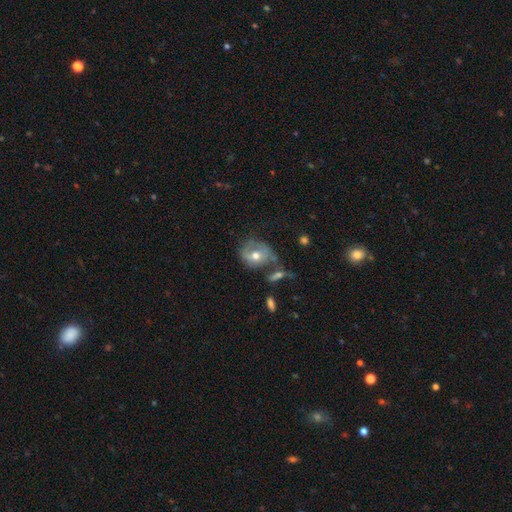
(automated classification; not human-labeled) Morphology: type=featured or disk (50%); merging=none (52%).